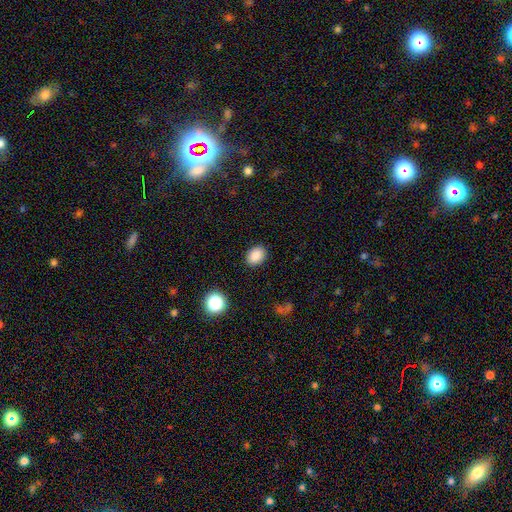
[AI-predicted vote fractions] Smooth or featured? Predicted: smooth (p=0.87). How rounded? Predicted: in between (p=0.68). Merging? Predicted: none (p=0.88).